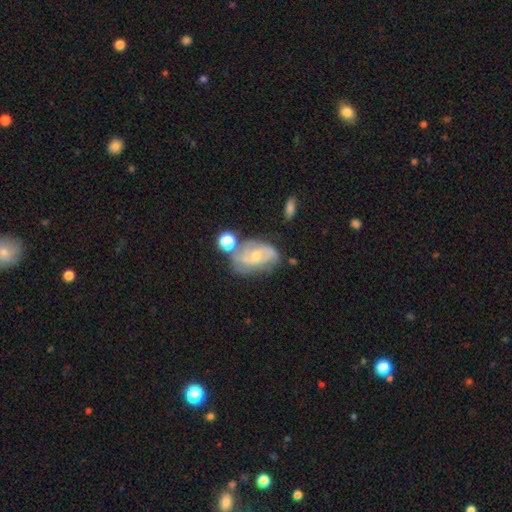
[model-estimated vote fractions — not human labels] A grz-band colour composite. It shows a featured or disk galaxy (67%) with no bar (60%), 2 (48%) tight (41%, tied with medium) spiral arms (80%) and a small central bulge (57%). Merging: none (42%).